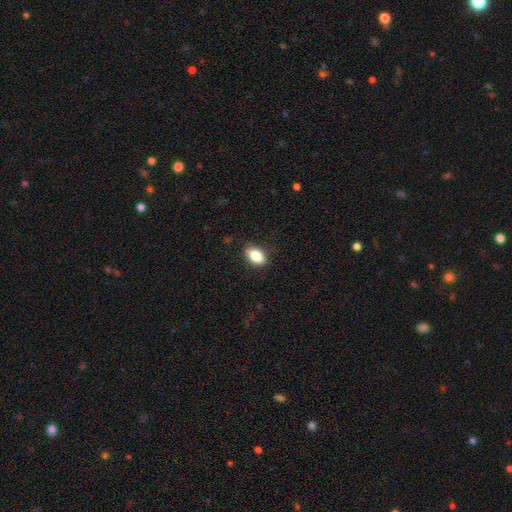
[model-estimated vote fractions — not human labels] smooth 85%, star or artifact 8%, featured or disk 7%. Down the decision tree: how rounded — in between (89%); merging — none (85%).